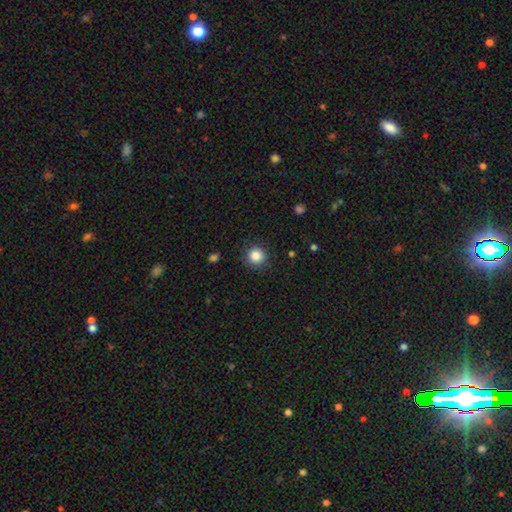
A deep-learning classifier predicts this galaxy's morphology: The model was most divided on "smooth or featured": smooth: 86%, star or artifact: 10%, featured or disk: 4%. More confident: how rounded — round (95%); merging — none (89%).